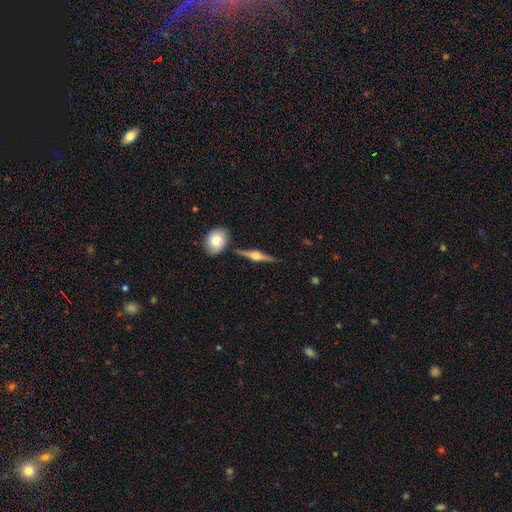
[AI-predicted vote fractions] A featured or disk galaxy (78%) viewed edge-on (97%) with a rounded central bulge (94%). Merging: none (83%).